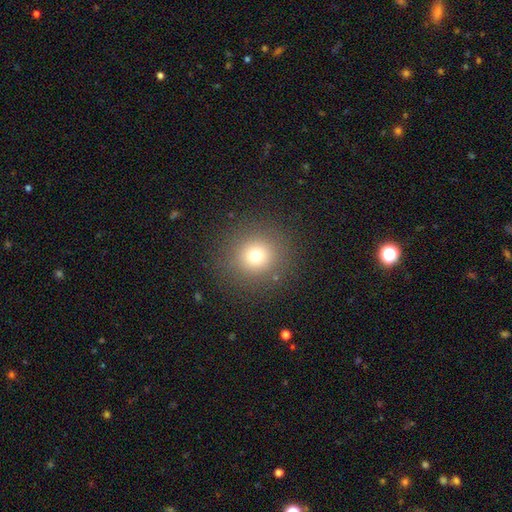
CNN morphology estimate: A smooth galaxy with no disk features (73%) that is round (93%).

Vote fractions:
- Smooth or featured? smooth: 73% / star or artifact: 17% / featured or disk: 10%
- How rounded? round: 93% / in between: 6% / cigar-shaped: 1%
- Merging? none: 89% / minor disturbance: 7% / major disturbance: 4% / merger: 1%